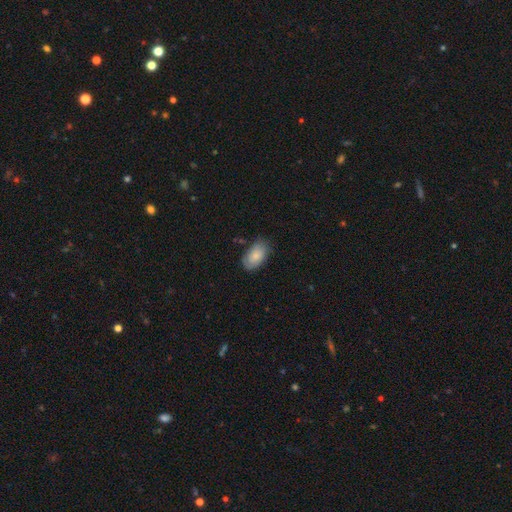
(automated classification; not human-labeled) This appears to be a smooth galaxy with no disk features (73%) that is in between round and cigar-shaped (93%). Merging: none (70%).